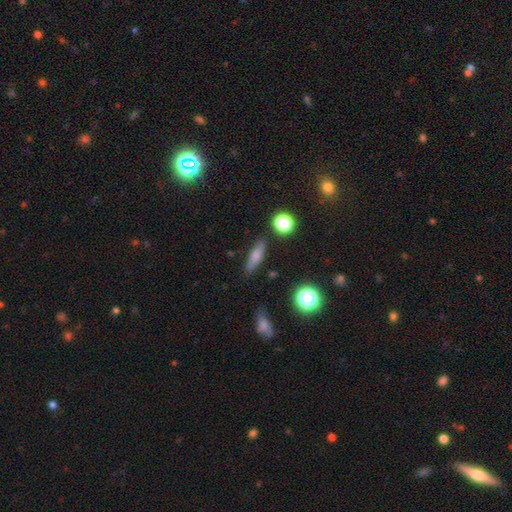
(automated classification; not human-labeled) This appears to be a smooth galaxy with no disk features (73%) that is cigar-shaped (57%). Merging: none (84%).